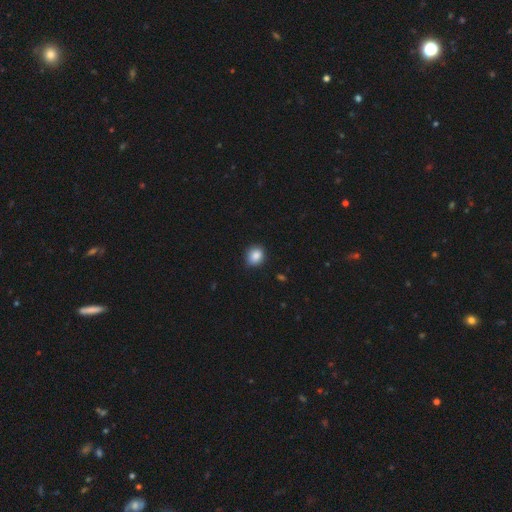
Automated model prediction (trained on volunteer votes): A smooth galaxy with no disk features (87%) that is round (71%). Merging: none (84%).